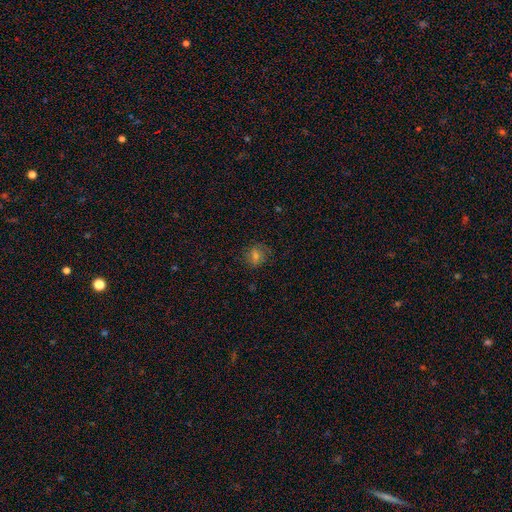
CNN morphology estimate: smooth-or-featured: smooth: 53% | featured or disk: 27% | star or artifact: 20%
  how-rounded: round: 75% | in between: 24% | cigar-shaped: 1%
  merging: none: 78% | minor disturbance: 15% | major disturbance: 6% | merger: 1%